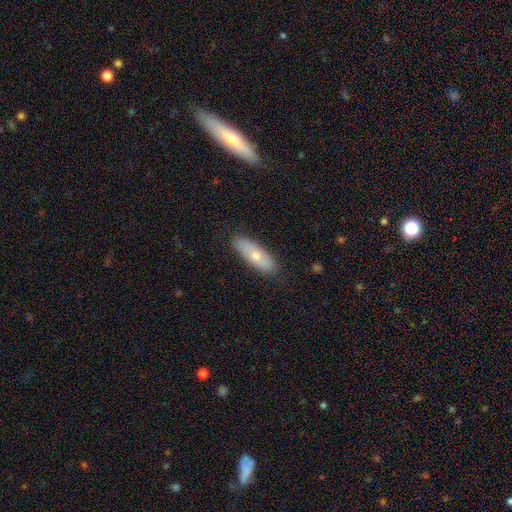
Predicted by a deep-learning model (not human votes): A smooth galaxy with no disk features (63%) that is in between round and cigar-shaped (64%).

Vote fractions:
- Smooth or featured? smooth: 63% / featured or disk: 31% / star or artifact: 6%
- How rounded? in between: 64% / cigar-shaped: 34% / round: 3%
- Merging? none: 85% / minor disturbance: 12% / major disturbance: 2% / merger: 1%